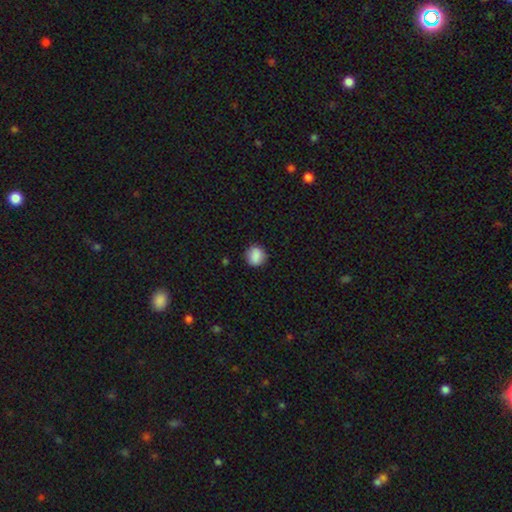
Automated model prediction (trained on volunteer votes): Smooth or featured? smooth (87%)
How rounded? round (77%)
Merging? none (84%)